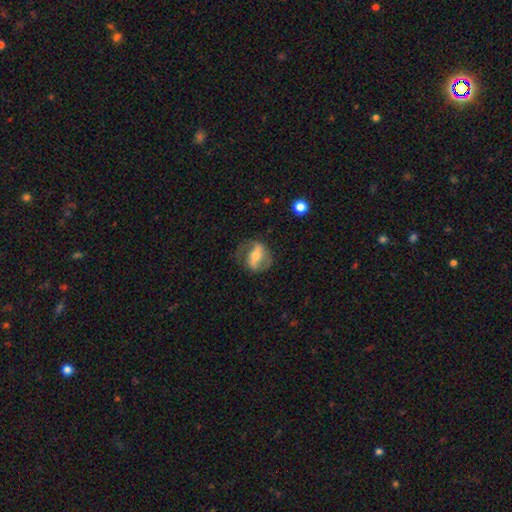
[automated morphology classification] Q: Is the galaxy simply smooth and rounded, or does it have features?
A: featured or disk — 67%.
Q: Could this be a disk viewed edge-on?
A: no — 92%.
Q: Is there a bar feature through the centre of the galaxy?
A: strong — 57%.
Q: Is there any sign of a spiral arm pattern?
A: yes — 75%.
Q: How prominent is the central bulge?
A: moderate — 55%.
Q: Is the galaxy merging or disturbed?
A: none — 66%.